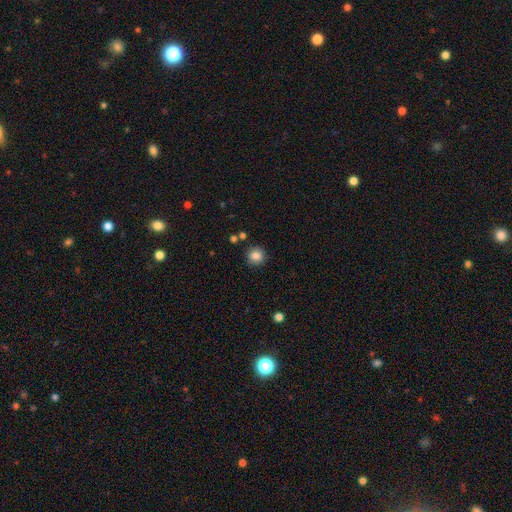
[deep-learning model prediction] Overall: smooth (85%). How rounded: round (91%). Merging: none (88%).